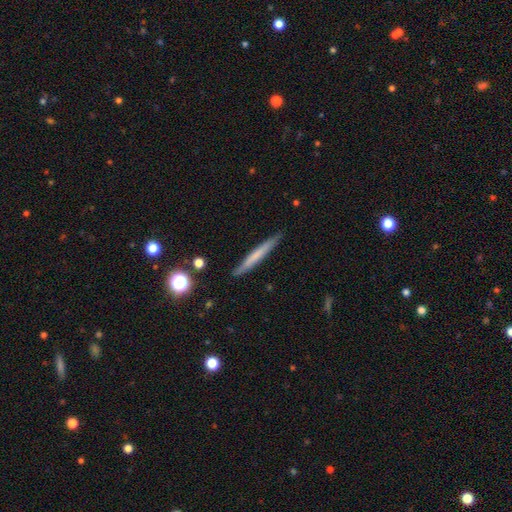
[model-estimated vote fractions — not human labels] A smooth galaxy with no disk features (59%) that is cigar-shaped (96%).

Vote fractions:
- Smooth or featured? smooth: 59% / featured or disk: 34% / star or artifact: 7%
- How rounded? cigar-shaped: 96% / in between: 3% / round: 1%
- Merging? none: 88% / minor disturbance: 9% / major disturbance: 2% / merger: 1%